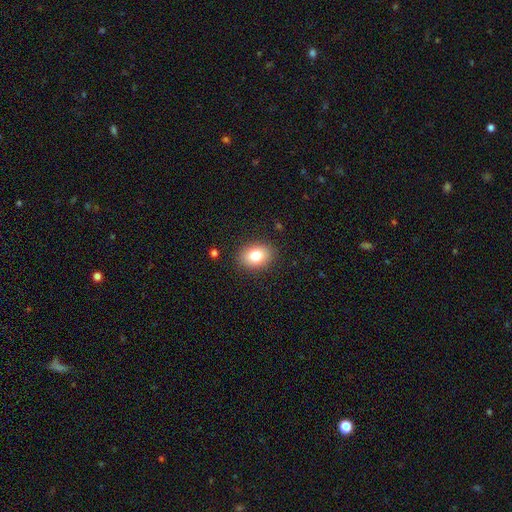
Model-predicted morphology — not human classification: The model was most divided on "how rounded": in between: 67%, round: 32%, cigar-shaped: 1%. More confident: merging — none (87%); smooth or featured — smooth (81%).